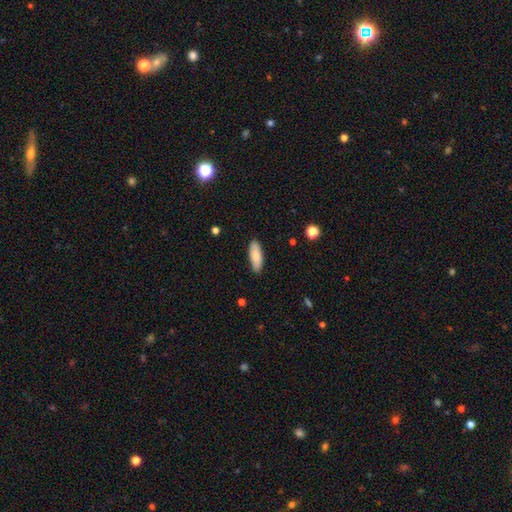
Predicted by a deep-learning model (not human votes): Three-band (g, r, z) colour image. It shows a smooth galaxy with no disk features (84%) that is in between round and cigar-shaped (70%). Merging: none (88%).